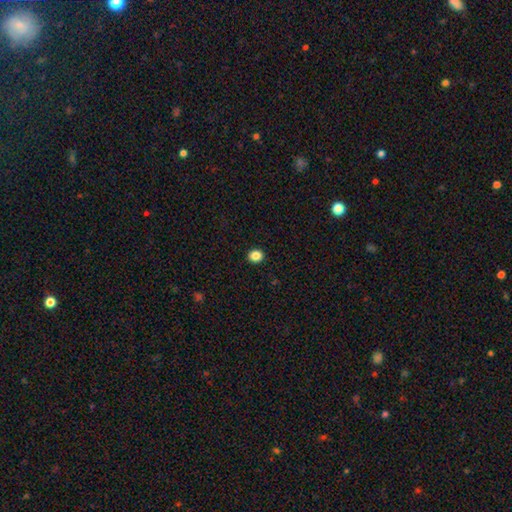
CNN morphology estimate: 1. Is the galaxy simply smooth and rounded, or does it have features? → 86% smooth, 11% star or artifact, 4% featured or disk.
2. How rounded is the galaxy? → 76% round, 23% in between, 1% cigar-shaped.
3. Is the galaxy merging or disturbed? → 93% none, 5% minor disturbance, 1% major disturbance, 1% merger.